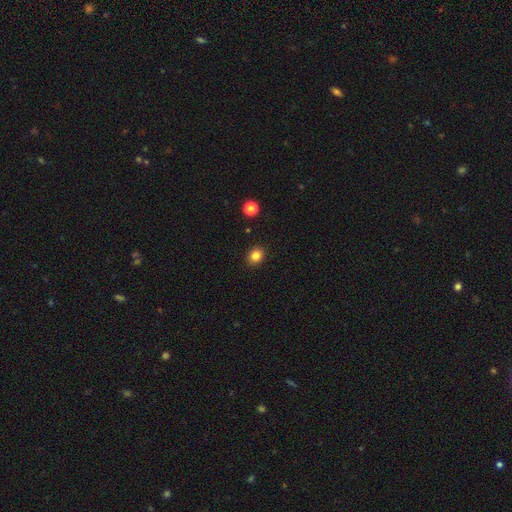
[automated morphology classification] A smooth galaxy with no disk features (84%) that is round (63%). Merging: none (90%).